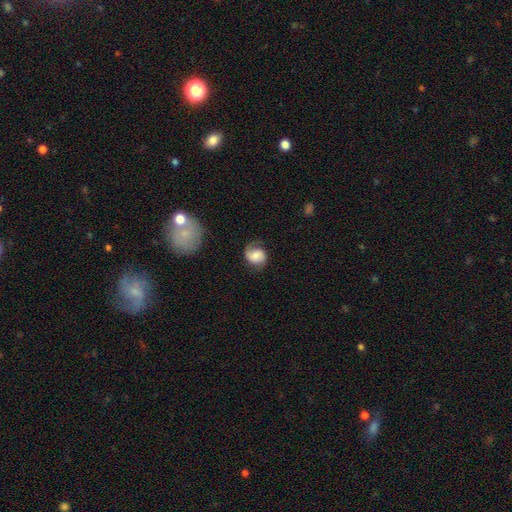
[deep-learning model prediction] Smooth or featured? featured or disk (48%)
Merging? none (62%)